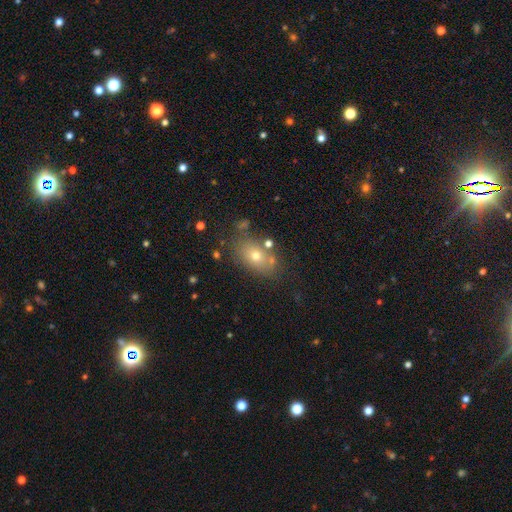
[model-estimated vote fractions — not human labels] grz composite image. It shows a smooth galaxy with no disk features (66%) that is in between round and cigar-shaped (76%). Merging: none (73%).